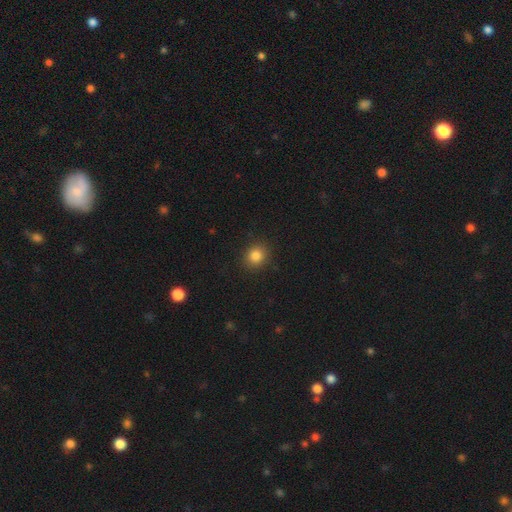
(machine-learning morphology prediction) Overall: smooth (84%). How rounded: round (78%). Merging: none (89%).